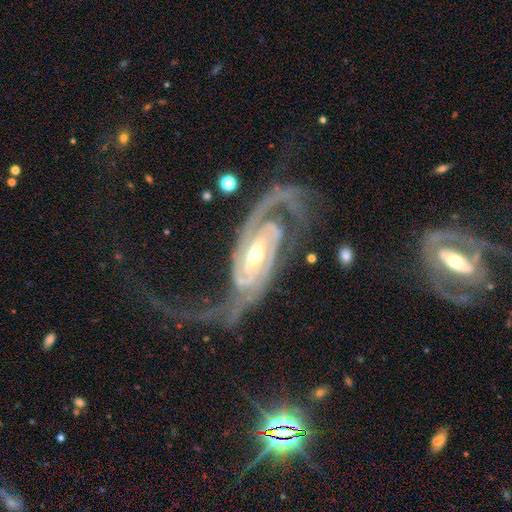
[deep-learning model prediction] smooth-or-featured: featured or disk: 93% | star or artifact: 4% | smooth: 3%
  disk-edge-on: no: 96% | yes: 4%
    bar: strong: 40% | weak: 37% | no: 23%
    has-spiral-arms: yes: 98% | no: 2%
      spiral-winding: medium: 46% | tight: 27% | loose: 26%
      spiral-arm-count: 2: 84% | 3: 4% | can't tell: 4% | 1: 3% | 4: 2% | more than 4: 2%
    bulge-size: moderate: 61% | small: 31% | large: 6% | none: 1% | dominant: 1%
  merging: none: 49% | major disturbance: 31% | minor disturbance: 17% | merger: 4%